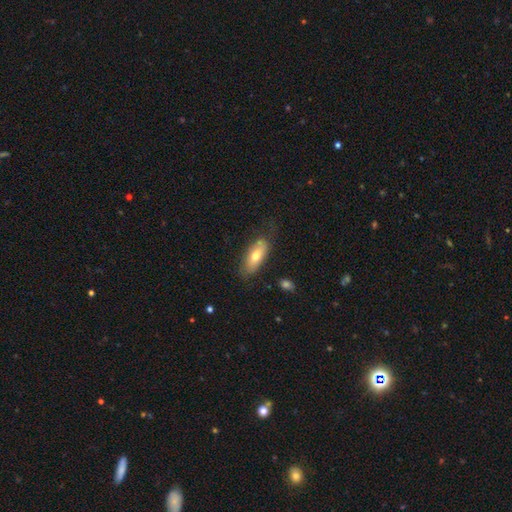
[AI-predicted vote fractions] Smooth or featured?
  - smooth: 68% *
  - featured or disk: 26%
  - star or artifact: 6%
How rounded?
  - in between: 80% *
  - cigar-shaped: 18%
  - round: 3%
Merging?
  - none: 69% *
  - minor disturbance: 22%
  - major disturbance: 6%
  - merger: 3%